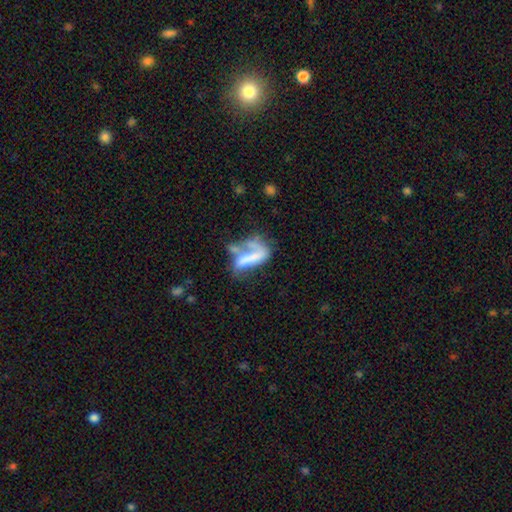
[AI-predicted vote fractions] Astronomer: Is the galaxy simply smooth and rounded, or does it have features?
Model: smooth — 45%, tied with featured or disk at 45%.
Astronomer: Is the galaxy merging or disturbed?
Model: merger — 34% (runner-up: major disturbance, 33%).